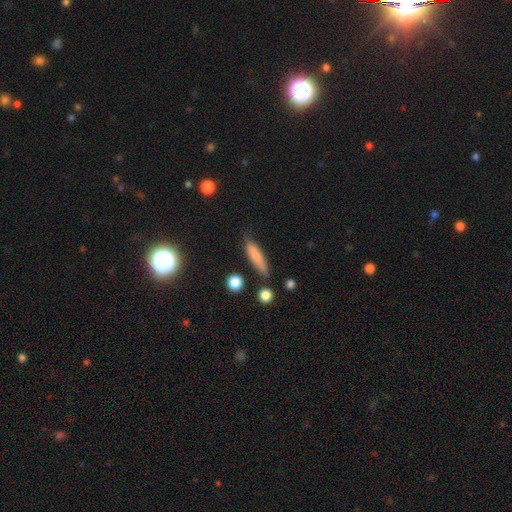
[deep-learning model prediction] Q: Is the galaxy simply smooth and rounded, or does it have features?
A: smooth — 78%.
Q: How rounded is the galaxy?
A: cigar-shaped — 77%.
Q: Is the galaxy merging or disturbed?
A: none — 77%.